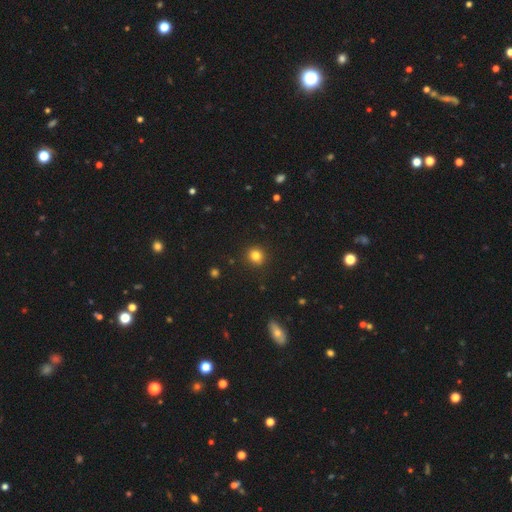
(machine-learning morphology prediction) Smooth or featured? Predicted: smooth (p=0.82). How rounded? Predicted: round (p=0.87). Merging? Predicted: none (p=0.91).